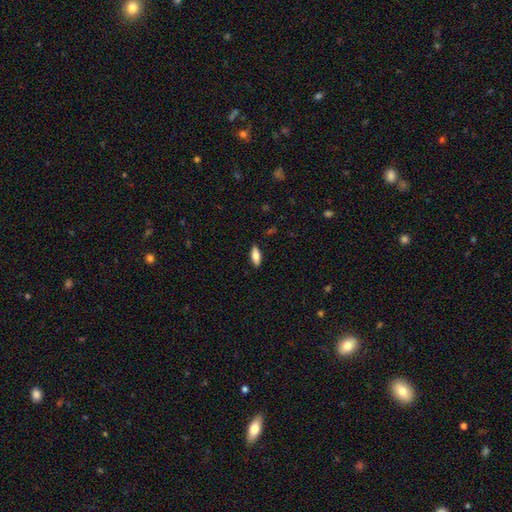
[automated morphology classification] smooth_or_featured: smooth (p=0.75) [alt: featured or disk p=0.18]
how_rounded: in between (p=0.75) [alt: cigar-shaped p=0.23]
merging: none (p=0.88) [alt: minor disturbance p=0.09]